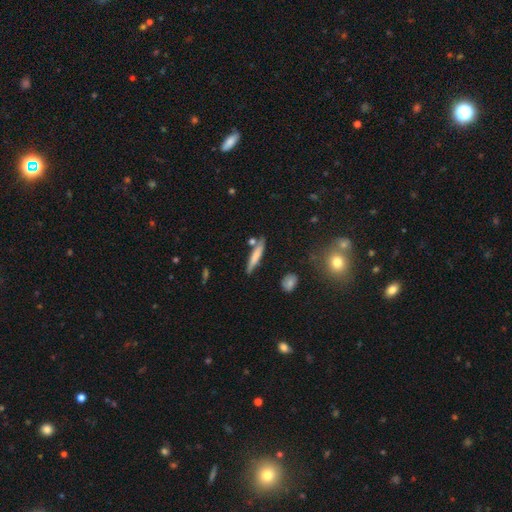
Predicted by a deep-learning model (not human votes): This appears to be a smooth galaxy with no disk features (66%) that is cigar-shaped (90%). Merging: none (74%).